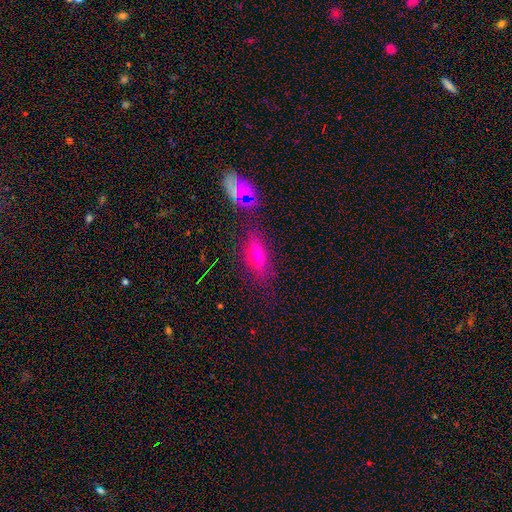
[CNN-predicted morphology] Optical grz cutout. It shows a smooth galaxy with no disk features (51%) that is in between round and cigar-shaped (63%). Merging: none (75%).